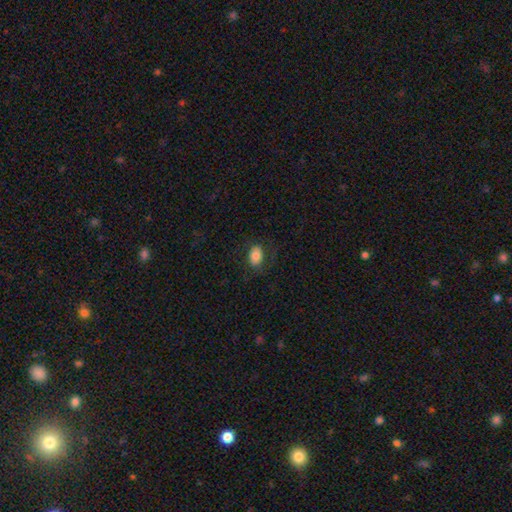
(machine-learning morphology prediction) The model was most divided on "merging": none: 79%, minor disturbance: 13%, major disturbance: 7%, merger: 1%. More confident: how rounded — in between (84%); smooth or featured — smooth (80%).